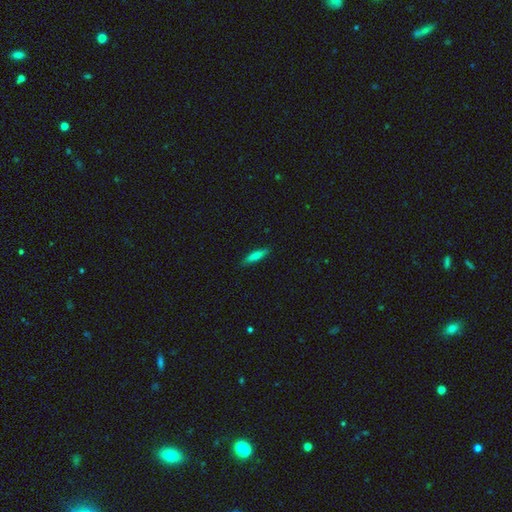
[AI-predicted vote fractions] The model was most divided on "smooth or featured": smooth: 75%, featured or disk: 18%, star or artifact: 7%. More confident: merging — none (87%); how rounded — cigar-shaped (78%).